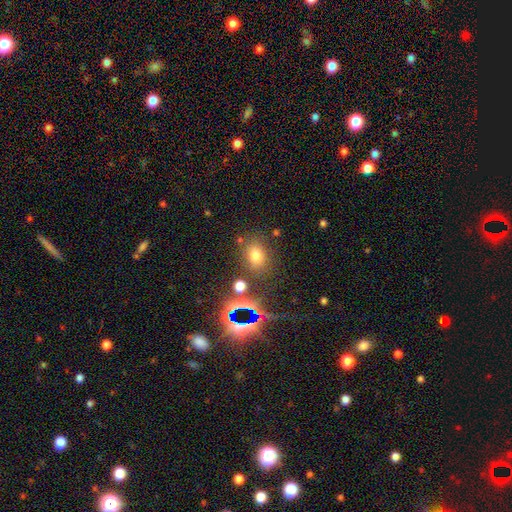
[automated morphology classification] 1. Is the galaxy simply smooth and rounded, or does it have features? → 68% smooth, 22% star or artifact, 10% featured or disk.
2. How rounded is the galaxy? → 59% in between, 40% round, 2% cigar-shaped.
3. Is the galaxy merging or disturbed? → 76% none, 11% minor disturbance, 7% merger, 5% major disturbance.